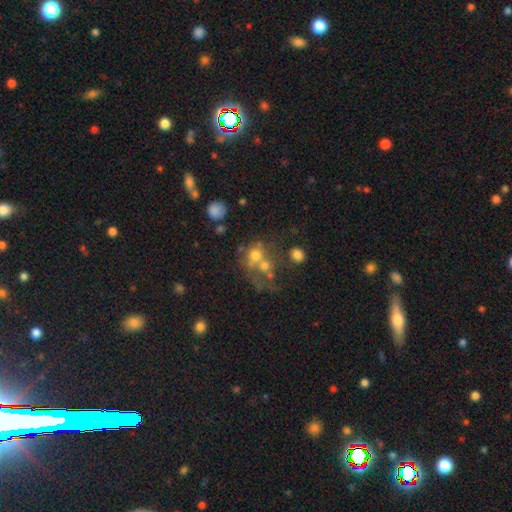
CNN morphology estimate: smooth-or-featured: smooth: 59% | featured or disk: 25% | star or artifact: 16%
  how-rounded: round: 67% | in between: 32% | cigar-shaped: 1%
  merging: merger: 50% | none: 27% | major disturbance: 14% | minor disturbance: 10%